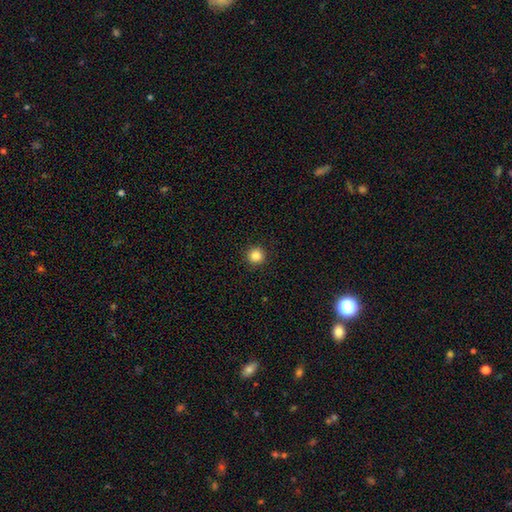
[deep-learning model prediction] Smooth or featured?
  - smooth: 86% *
  - star or artifact: 11%
  - featured or disk: 3%
How rounded?
  - round: 96% *
  - in between: 3%
  - cigar-shaped: 1%
Merging?
  - none: 93% *
  - minor disturbance: 5%
  - major disturbance: 2%
  - merger: 1%